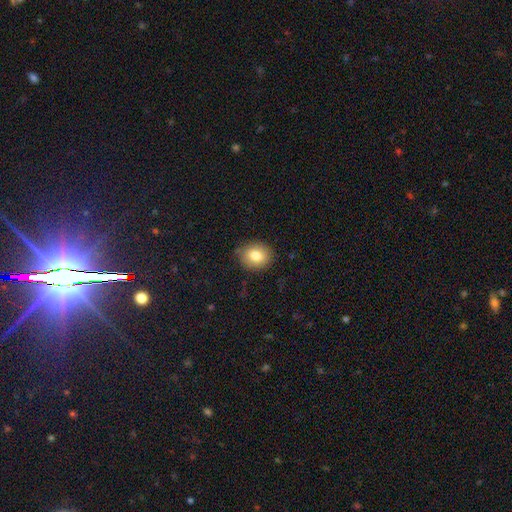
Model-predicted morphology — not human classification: smooth 81%, featured or disk 10%, star or artifact 9%. Down the decision tree: how rounded — round (61%); merging — none (84%).